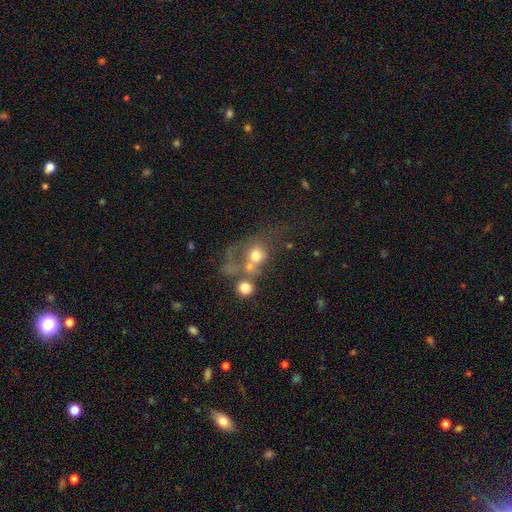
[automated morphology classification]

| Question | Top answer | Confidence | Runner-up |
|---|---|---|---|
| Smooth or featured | smooth | 62% | featured or disk (24%) |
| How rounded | round | 72% | in between (27%) |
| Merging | merger | 48% | none (22%) |